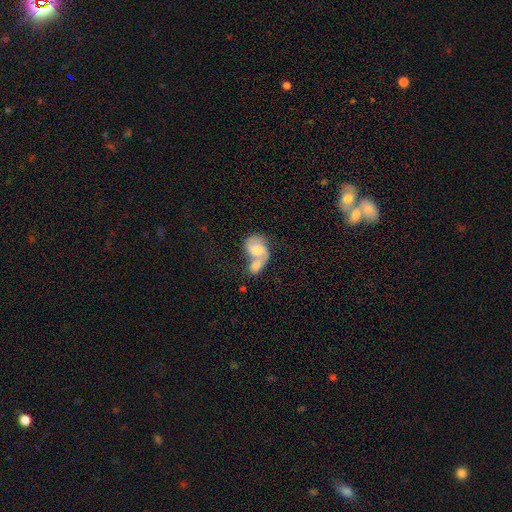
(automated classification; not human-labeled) This appears to be a featured or disk galaxy (61%) with no bar (60%), spiral arms (78%) and a moderate central bulge (55%). Merging: merger (59%).